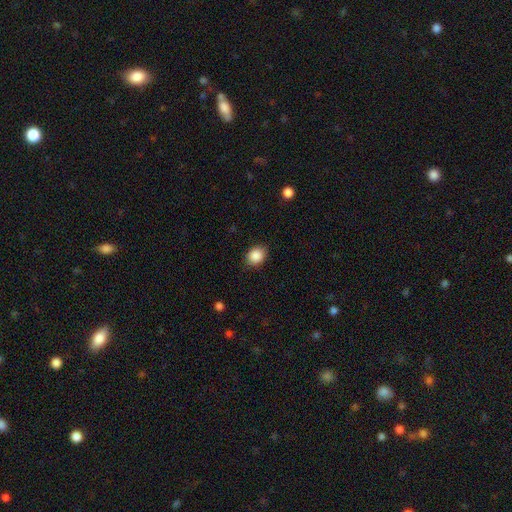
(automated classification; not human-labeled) The model was most divided on "how rounded": round: 50%, in between: 49%, cigar-shaped: 1%. More confident: smooth or featured — smooth (88%); merging — none (84%).